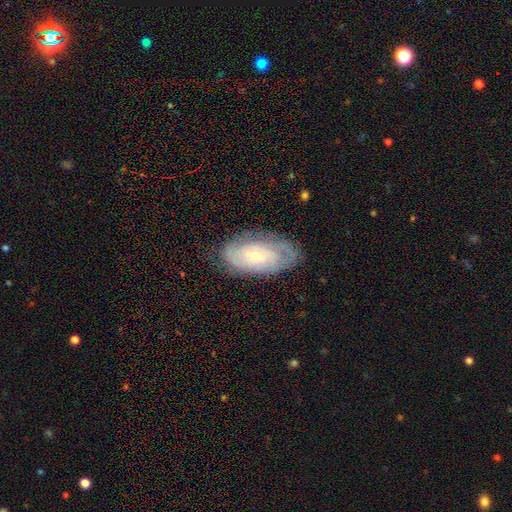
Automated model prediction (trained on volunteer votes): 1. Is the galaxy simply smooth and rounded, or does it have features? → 60% featured or disk, 33% smooth, 7% star or artifact.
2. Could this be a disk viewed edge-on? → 92% no, 8% yes.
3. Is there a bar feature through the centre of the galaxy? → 80% no, 16% weak, 3% strong.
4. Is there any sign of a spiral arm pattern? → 77% yes, 23% no.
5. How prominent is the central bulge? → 69% small, 27% moderate, 2% large, 1% none, 1% dominant.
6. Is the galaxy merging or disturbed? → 75% none, 18% minor disturbance, 6% major disturbance, 1% merger.